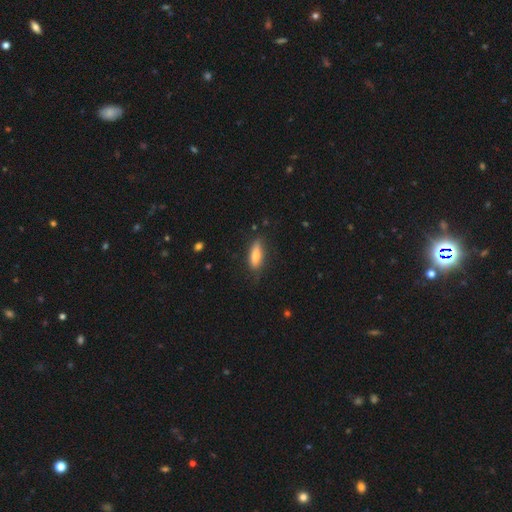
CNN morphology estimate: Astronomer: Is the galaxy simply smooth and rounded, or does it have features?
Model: smooth — 70%.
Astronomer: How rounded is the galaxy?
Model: in between — 53% (runner-up: cigar-shaped, 45%).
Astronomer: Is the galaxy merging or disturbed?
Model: none — 75%.